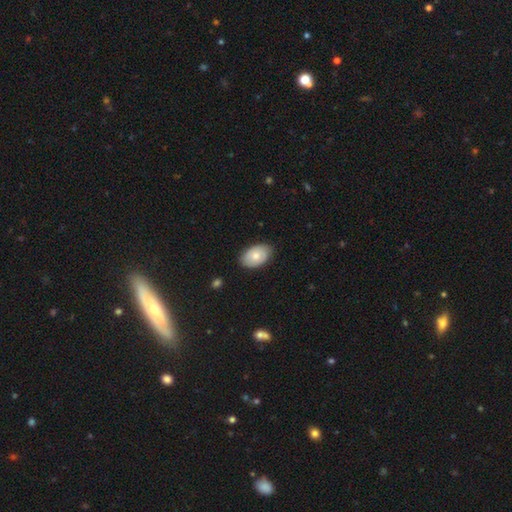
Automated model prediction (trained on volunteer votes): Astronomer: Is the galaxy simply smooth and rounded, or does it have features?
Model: smooth — 71%.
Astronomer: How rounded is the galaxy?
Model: in between — 91%.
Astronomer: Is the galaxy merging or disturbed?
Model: none — 82%.